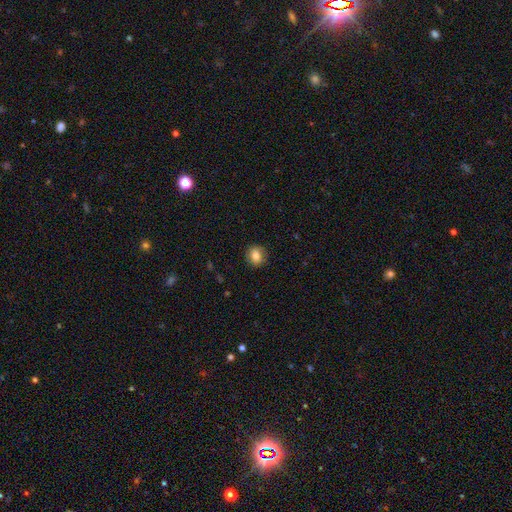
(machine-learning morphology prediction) The model was most divided on "how rounded": round: 71%, in between: 27%, cigar-shaped: 1%. More confident: merging — none (87%); smooth or featured — smooth (83%).